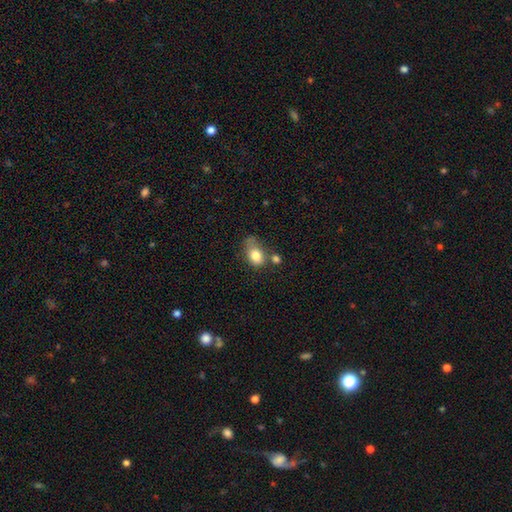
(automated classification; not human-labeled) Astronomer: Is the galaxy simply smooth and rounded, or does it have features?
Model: smooth — 79%.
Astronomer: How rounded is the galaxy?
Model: in between — 74%.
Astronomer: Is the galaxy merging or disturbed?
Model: none — 35% (runner-up: minor disturbance, 29%).